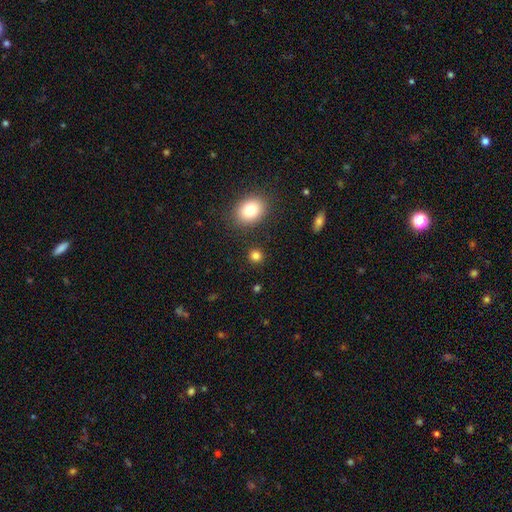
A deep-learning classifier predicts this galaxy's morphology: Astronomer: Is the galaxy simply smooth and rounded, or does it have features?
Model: smooth — 82%.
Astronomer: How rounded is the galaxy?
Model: round — 87%.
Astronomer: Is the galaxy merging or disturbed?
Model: none — 88%.